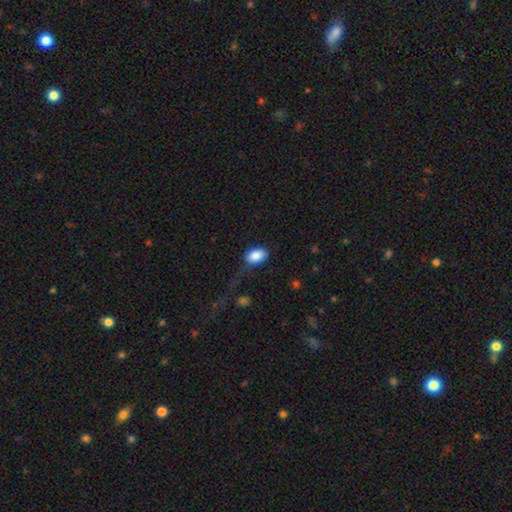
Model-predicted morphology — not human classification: smooth_or_featured: smooth (p=0.88) [alt: star or artifact p=0.07]
how_rounded: in between (p=0.90) [alt: round p=0.08]
merging: none (p=0.58) [alt: minor disturbance p=0.21]